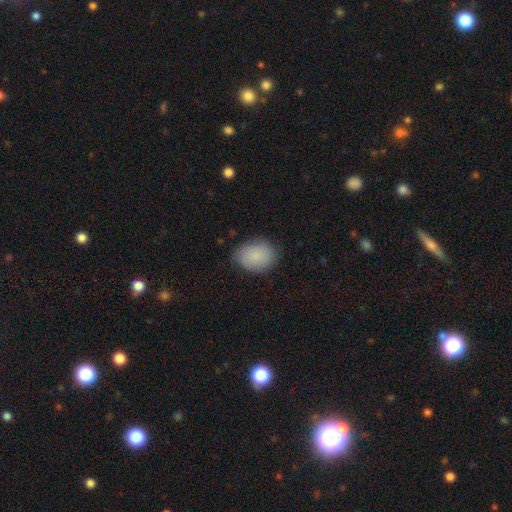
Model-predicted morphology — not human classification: A smooth galaxy with no disk features (86%) that is in between round and cigar-shaped (57%). Merging: none (78%).